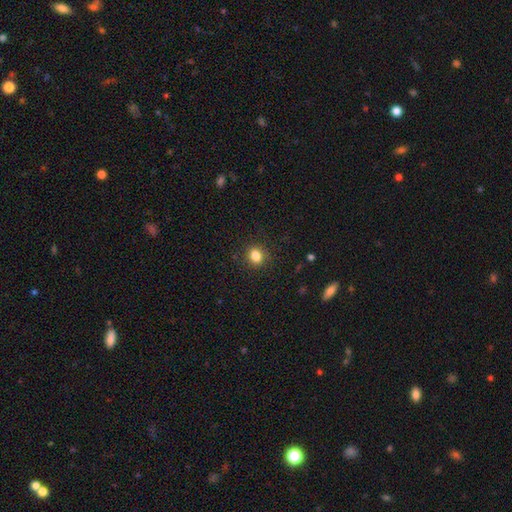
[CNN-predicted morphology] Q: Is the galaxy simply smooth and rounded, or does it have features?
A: smooth — 83%.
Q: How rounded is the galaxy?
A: round — 63%.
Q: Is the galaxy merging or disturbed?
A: none — 88%.